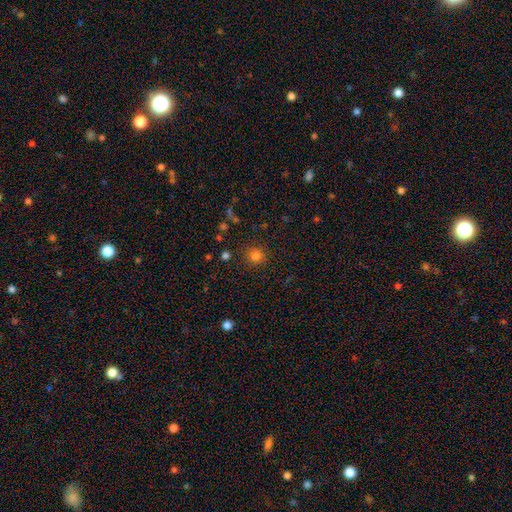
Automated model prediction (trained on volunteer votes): Smooth or featured: smooth — 80% (star or artifact — 15%)
How rounded: round — 93% (in between — 6%)
Merging: none — 88% (minor disturbance — 7%)